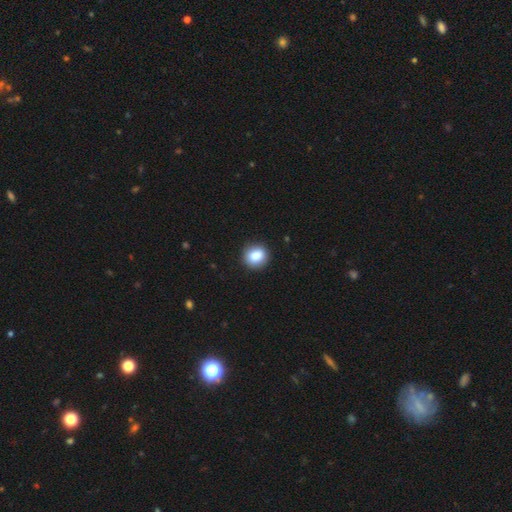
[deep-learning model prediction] smooth_or_featured: smooth (p=0.84) [alt: star or artifact p=0.09]
how_rounded: round (p=0.83) [alt: in between p=0.16]
merging: none (p=0.90) [alt: minor disturbance p=0.07]